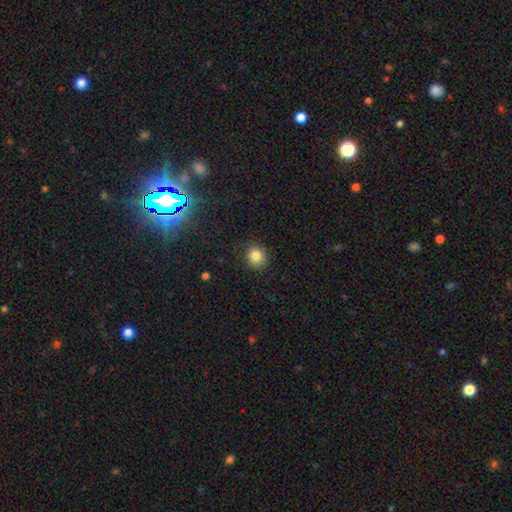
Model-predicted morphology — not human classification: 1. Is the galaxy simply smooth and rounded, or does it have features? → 82% smooth, 12% star or artifact, 6% featured or disk.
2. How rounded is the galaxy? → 86% round, 13% in between, 1% cigar-shaped.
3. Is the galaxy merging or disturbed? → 85% none, 11% minor disturbance, 3% major disturbance, 1% merger.